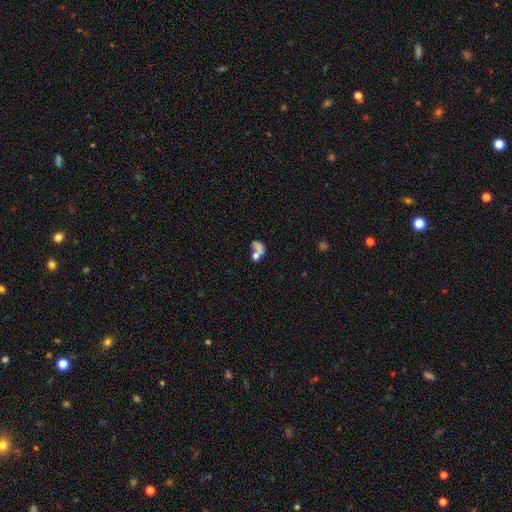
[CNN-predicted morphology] Smooth or featured: smooth — 46% (featured or disk — 27%)
Merging: merger — 42% (none — 31%)